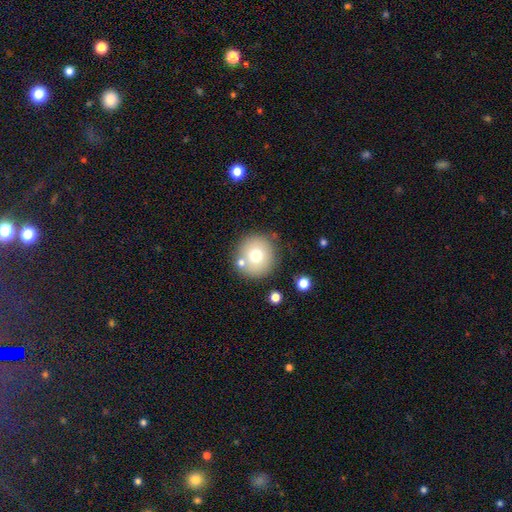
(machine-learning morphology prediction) Smooth or featured: smooth — 71% (featured or disk — 18%)
How rounded: round — 93% (in between — 6%)
Merging: none — 79% (minor disturbance — 10%)